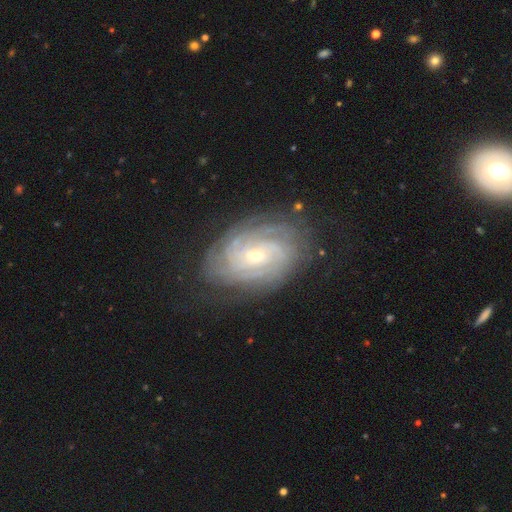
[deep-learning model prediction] Morphology: type=featured or disk (85%); edge-on=no (96%); bar=no (61%); spiral arms=yes (96%); winding=tight (80%); arm count=can't tell (37%); bulge=small (68%); merging=none (77%).